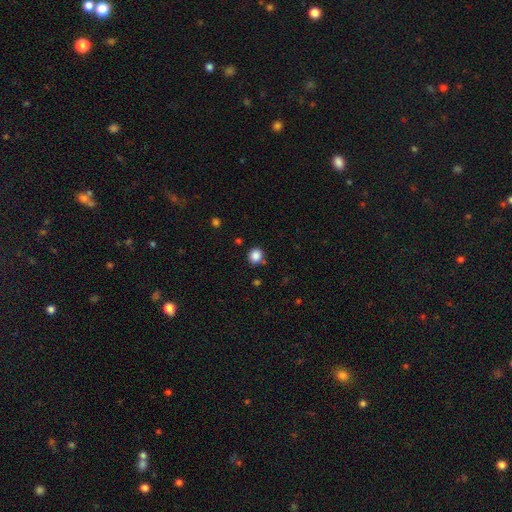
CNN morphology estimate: smooth-or-featured: smooth: 86% | star or artifact: 11% | featured or disk: 3%
  how-rounded: round: 84% | in between: 15% | cigar-shaped: 1%
  merging: none: 83% | minor disturbance: 10% | merger: 4% | major disturbance: 3%